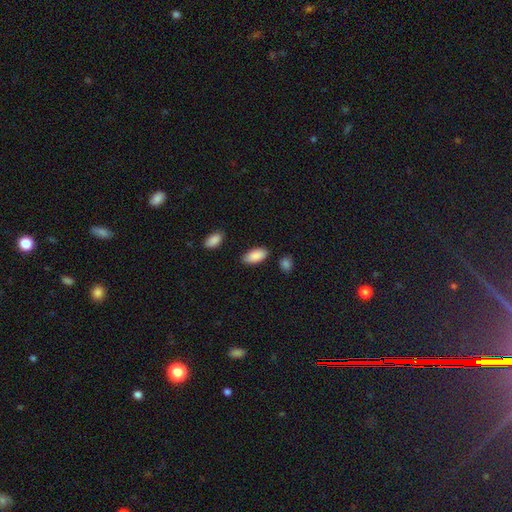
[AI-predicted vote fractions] Q: Smooth or featured?
A: smooth (90%); runner-up: star or artifact (6%)
Q: How rounded?
A: in between (92%); runner-up: cigar-shaped (6%)
Q: Merging?
A: none (82%); runner-up: minor disturbance (13%)